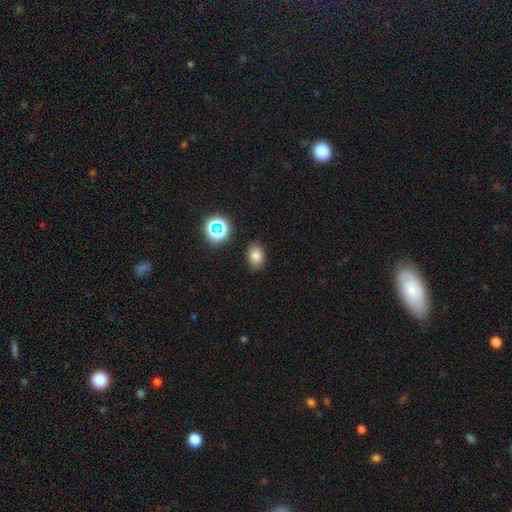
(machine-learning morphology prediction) smooth-or-featured: smooth: 77% | star or artifact: 15% | featured or disk: 7%
  how-rounded: in between: 75% | round: 24% | cigar-shaped: 1%
  merging: none: 86% | minor disturbance: 9% | major disturbance: 3% | merger: 2%